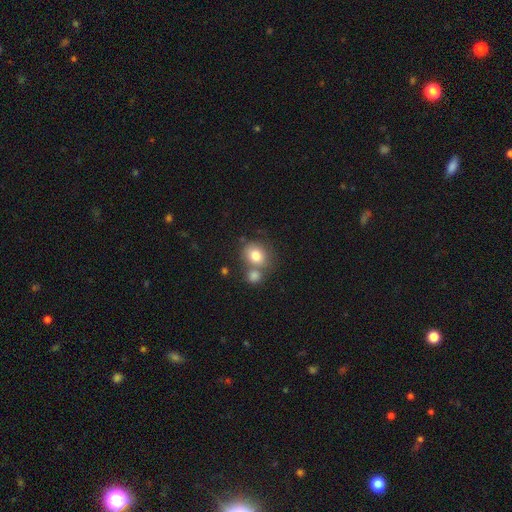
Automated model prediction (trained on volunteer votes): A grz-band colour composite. It shows a smooth galaxy with no disk features (78%) that is round (64%). Merging: none (47%).